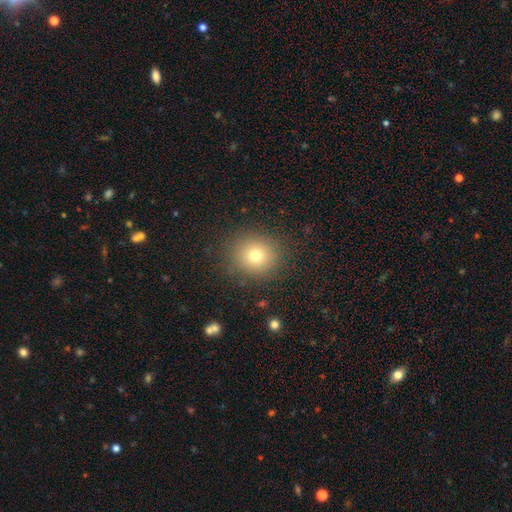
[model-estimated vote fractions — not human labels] Overall: smooth (74%). How rounded: round (86%). Merging: none (88%).